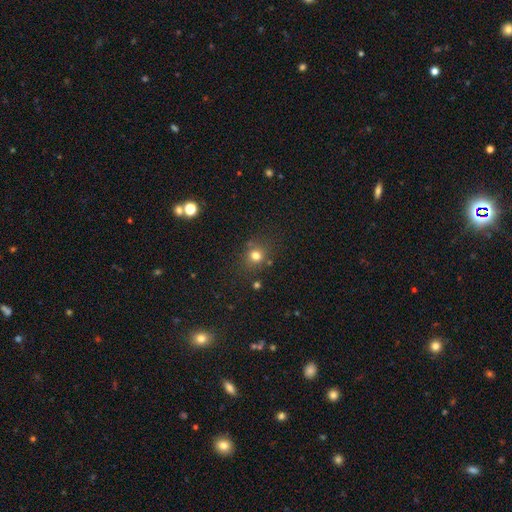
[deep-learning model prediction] Smooth or featured?
  - smooth: 75% *
  - star or artifact: 17%
  - featured or disk: 8%
How rounded?
  - round: 78% *
  - in between: 21%
  - cigar-shaped: 1%
Merging?
  - none: 77% *
  - minor disturbance: 13%
  - merger: 5%
  - major disturbance: 5%